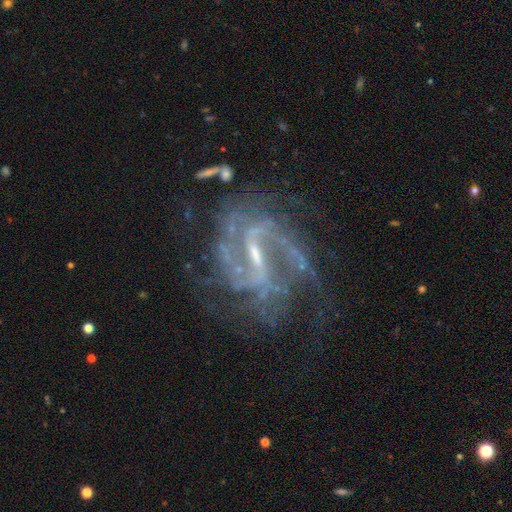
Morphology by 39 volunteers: Smooth or featured? 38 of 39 (97%) said featured or disk. Edge-on disk? 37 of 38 (97%) said no. Bar? 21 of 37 (57%) said weak. Spiral arms? 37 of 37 (100%) said yes. Spiral winding? 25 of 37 (68%) said medium. Spiral arm count? 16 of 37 (43%) said 2. Bulge size? 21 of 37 (57%) said small. Merging? 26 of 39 (67%) said none.